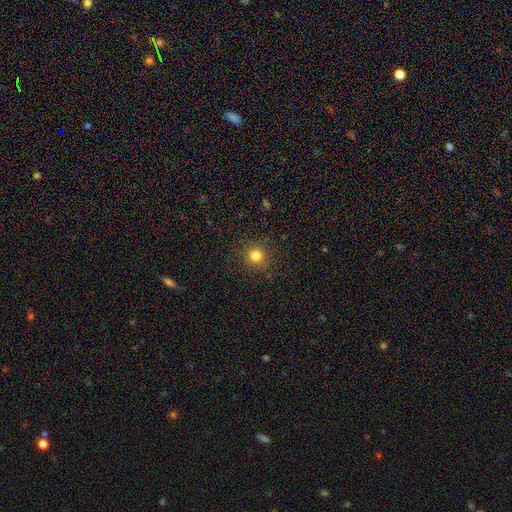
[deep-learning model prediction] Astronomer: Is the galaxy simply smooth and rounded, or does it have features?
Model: smooth — 80%.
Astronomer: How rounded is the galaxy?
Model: round — 92%.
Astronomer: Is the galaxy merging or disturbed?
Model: none — 89%.